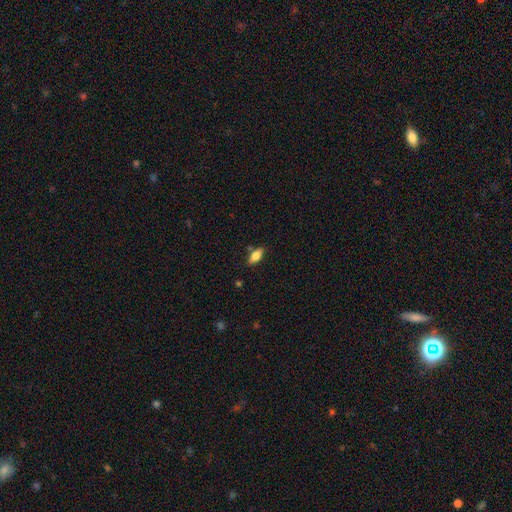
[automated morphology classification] A smooth galaxy with no disk features (74%) that is in between round and cigar-shaped (85%). Merging: none (80%).